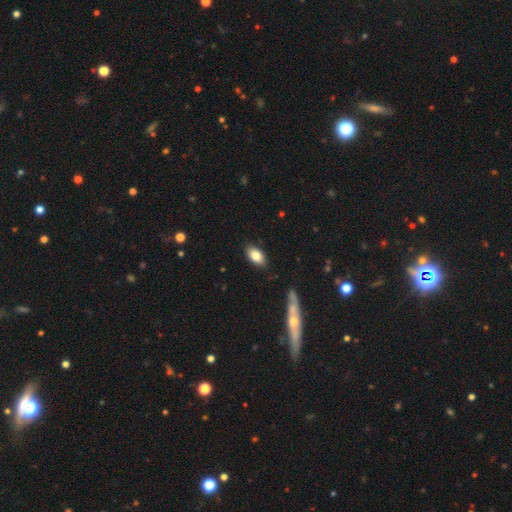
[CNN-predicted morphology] Smooth or featured: smooth — 83% (featured or disk — 10%)
How rounded: in between — 92% (round — 5%)
Merging: none — 86% (minor disturbance — 10%)